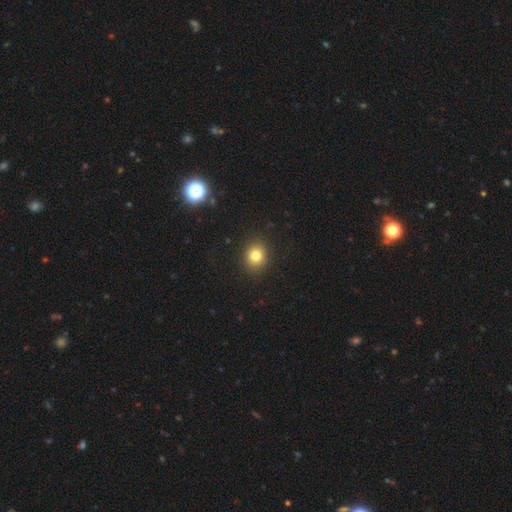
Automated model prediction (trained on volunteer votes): Q: Smooth or featured?
A: smooth (80%); runner-up: star or artifact (12%)
Q: How rounded?
A: round (74%); runner-up: in between (25%)
Q: Merging?
A: none (90%); runner-up: minor disturbance (7%)